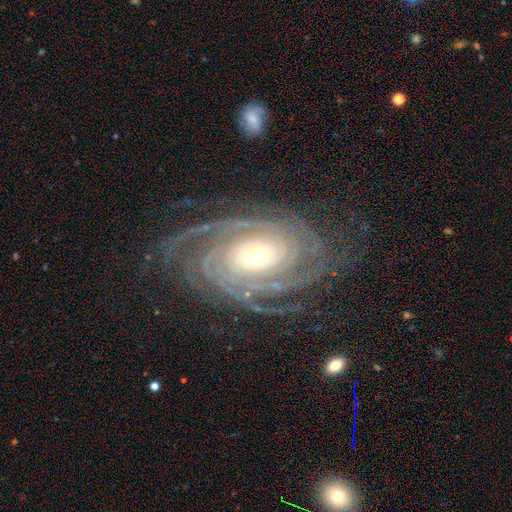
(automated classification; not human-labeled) Smooth or featured?
  - featured or disk: 91% *
  - star or artifact: 5%
  - smooth: 4%
Edge-on disk?
  - no: 96% *
  - yes: 4%
Bar?
  - no: 69% *
  - weak: 19%
  - strong: 12%
Spiral arms?
  - yes: 98% *
  - no: 2%
Spiral winding?
  - tight: 78% *
  - medium: 18%
  - loose: 4%
Spiral arm count?
  - 3: 22% * (tied)
  - 2: 22% * (tied)
  - can't tell: 18%
  - 4: 18%
  - more than 4: 13%
  - 1: 7%
Bulge size?
  - moderate: 61% *
  - small: 27%
  - large: 9%
  - dominant: 1%
  - none: 1%
Merging?
  - none: 76% *
  - minor disturbance: 15%
  - major disturbance: 8%
  - merger: 1%